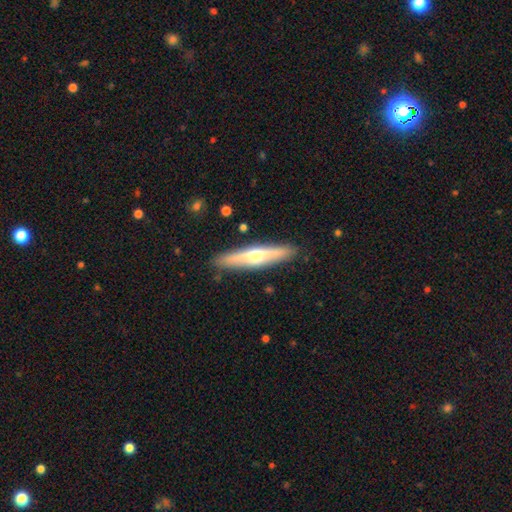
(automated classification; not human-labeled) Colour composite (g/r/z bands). It shows a featured or disk galaxy (56%) viewed edge-on (94%) with a rounded central bulge (87%). Merging: none (88%).